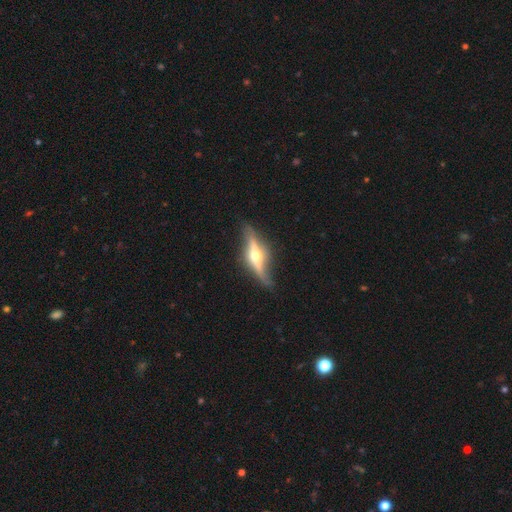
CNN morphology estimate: This is likely a featured or disk galaxy (79%). It is clearly viewed edge-on (90%). Edge-on bulge: clearly rounded (93%). Merging: likely none (77%).